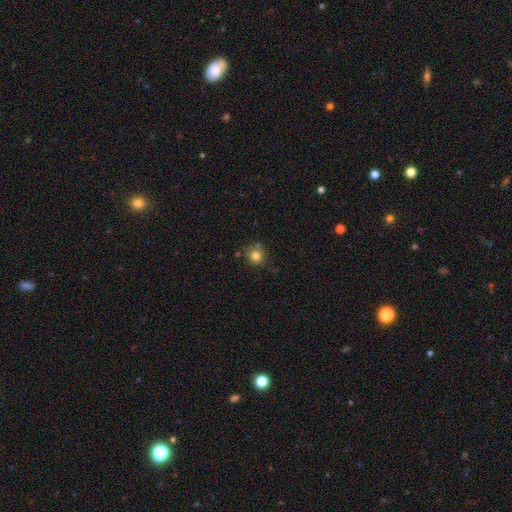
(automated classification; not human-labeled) A smooth galaxy with no disk features (81%) that is round (88%). Merging: none (71%).